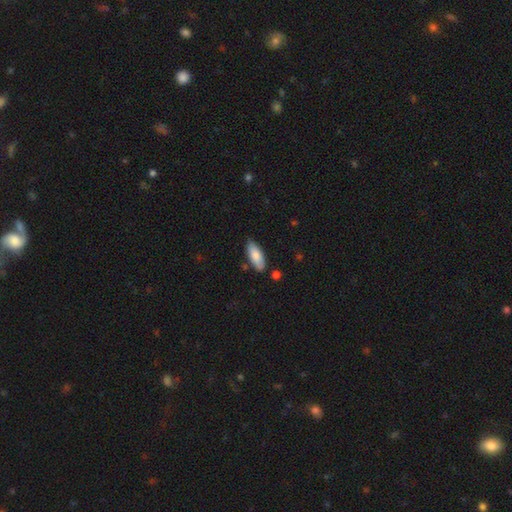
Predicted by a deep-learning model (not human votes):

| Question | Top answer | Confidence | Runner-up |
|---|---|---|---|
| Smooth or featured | smooth | 82% | featured or disk (12%) |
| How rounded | in between | 77% | cigar-shaped (21%) |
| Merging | none | 81% | minor disturbance (14%) |